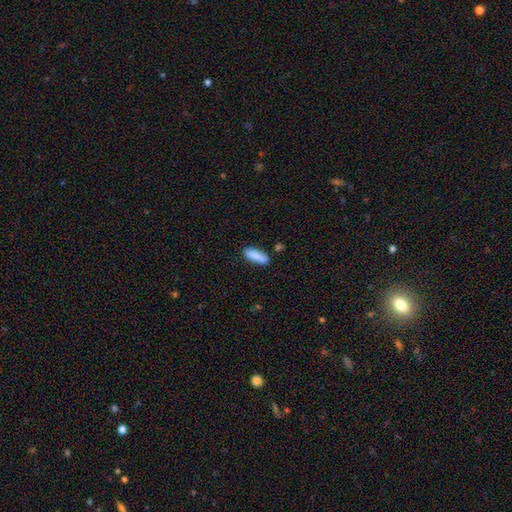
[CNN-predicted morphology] type=smooth (87%); roundness=in between (53%); merging=none (80%).